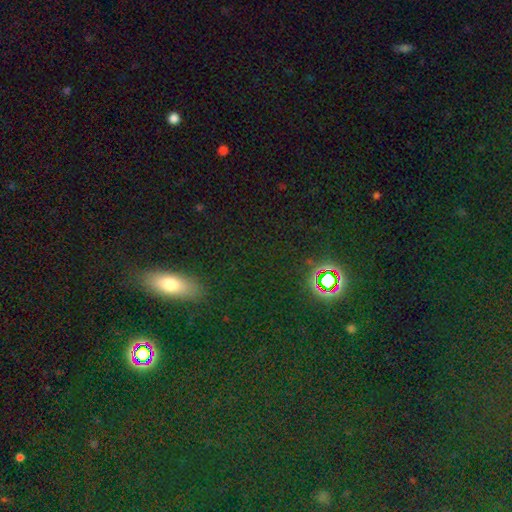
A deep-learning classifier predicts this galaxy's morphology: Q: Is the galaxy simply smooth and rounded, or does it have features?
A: smooth — 48%.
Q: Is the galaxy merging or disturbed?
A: none — 87%.